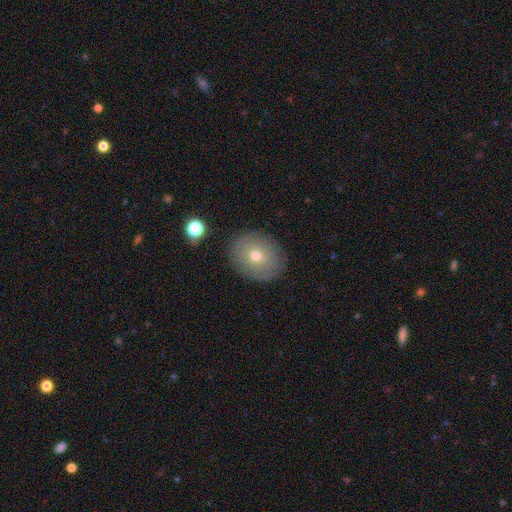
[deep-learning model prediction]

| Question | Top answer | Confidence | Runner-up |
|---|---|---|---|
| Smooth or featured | smooth | 63% | featured or disk (26%) |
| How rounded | round | 57% | in between (42%) |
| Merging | none | 86% | minor disturbance (10%) |